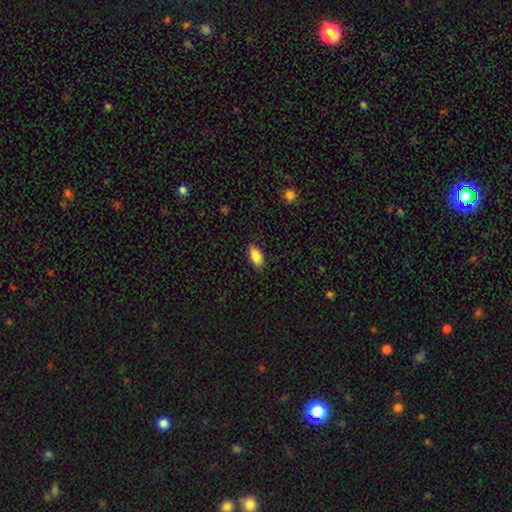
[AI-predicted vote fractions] Smooth or featured? smooth (87%)
How rounded? in between (91%)
Merging? none (86%)